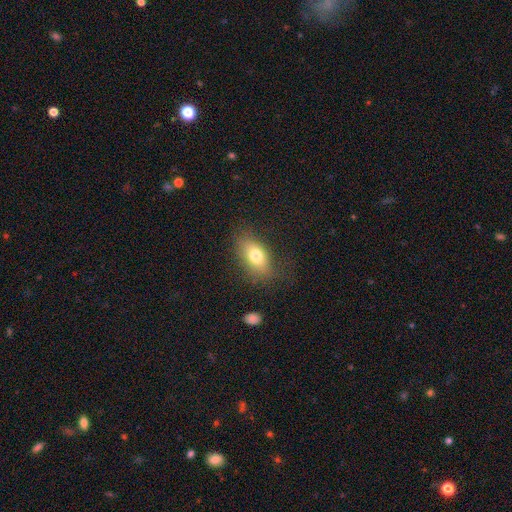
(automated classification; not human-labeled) A smooth galaxy with no disk features (75%) that is in between round and cigar-shaped (85%).

Vote fractions:
- Smooth or featured? smooth: 75% / featured or disk: 15% / star or artifact: 10%
- How rounded? in between: 85% / round: 11% / cigar-shaped: 4%
- Merging? none: 73% / minor disturbance: 17% / major disturbance: 8% / merger: 2%